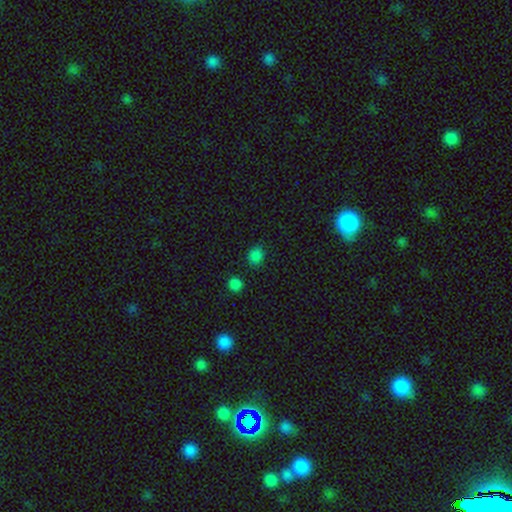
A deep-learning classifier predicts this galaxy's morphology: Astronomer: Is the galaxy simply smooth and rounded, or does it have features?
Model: smooth — 80%.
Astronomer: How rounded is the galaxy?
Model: round — 82%.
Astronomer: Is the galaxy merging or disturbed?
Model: none — 82%.